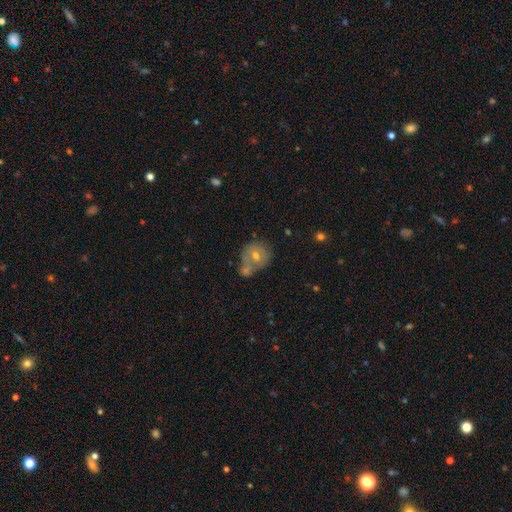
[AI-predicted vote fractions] smooth-or-featured: smooth: 46% | featured or disk: 41% | star or artifact: 13%
  merging: none: 45% | merger: 36% | minor disturbance: 13% | major disturbance: 5%